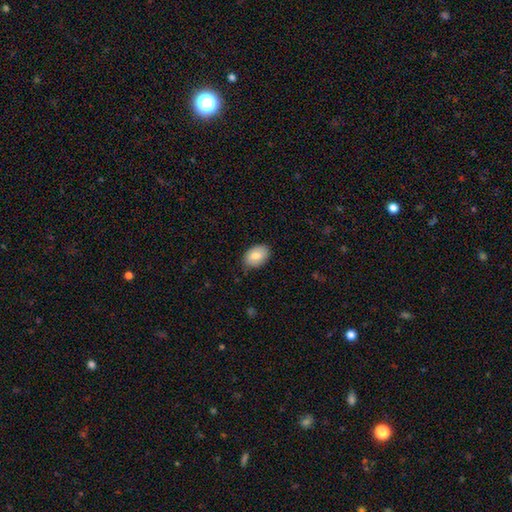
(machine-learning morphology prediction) Smooth or featured: smooth — 81% (featured or disk — 12%)
How rounded: in between — 85% (round — 14%)
Merging: none — 82% (minor disturbance — 15%)